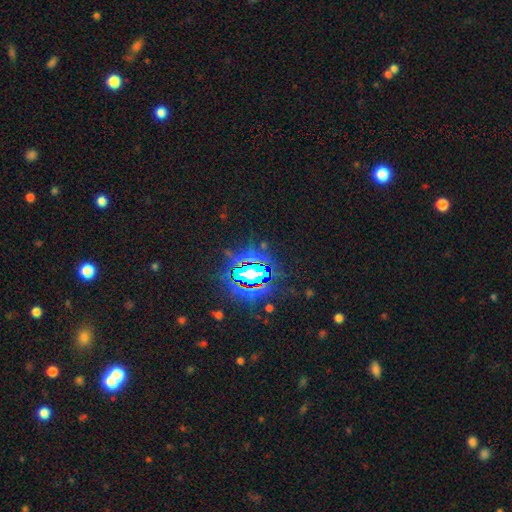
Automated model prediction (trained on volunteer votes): Overall: star or artifact (85%).